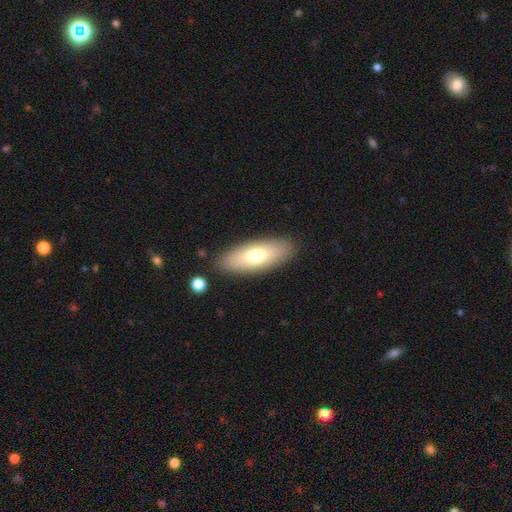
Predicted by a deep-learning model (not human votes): smooth_or_featured: smooth (p=0.70) [alt: featured or disk p=0.23]
how_rounded: in between (p=0.75) [alt: cigar-shaped p=0.22]
merging: none (p=0.86) [alt: minor disturbance p=0.09]